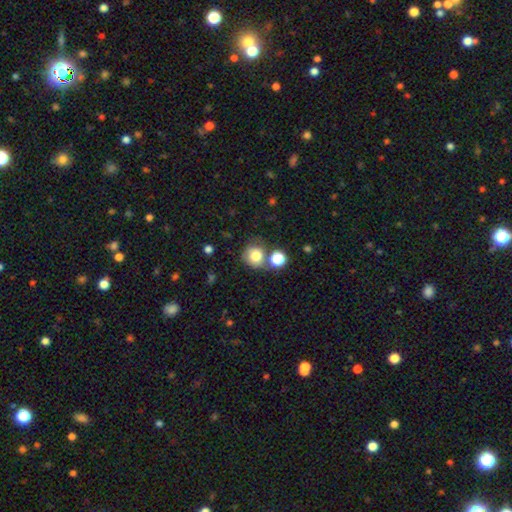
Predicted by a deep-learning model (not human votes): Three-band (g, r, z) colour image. It shows a smooth galaxy with no disk features (77%) that is round (85%). Merging: none (61%).